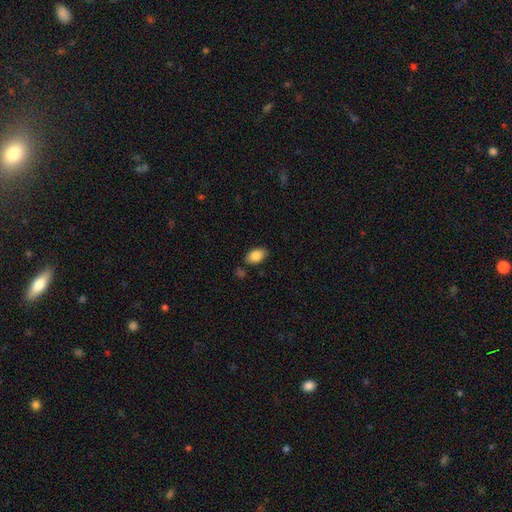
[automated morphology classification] Smooth or featured: smooth — 85% (featured or disk — 8%)
How rounded: in between — 91% (round — 7%)
Merging: none — 82% (minor disturbance — 12%)